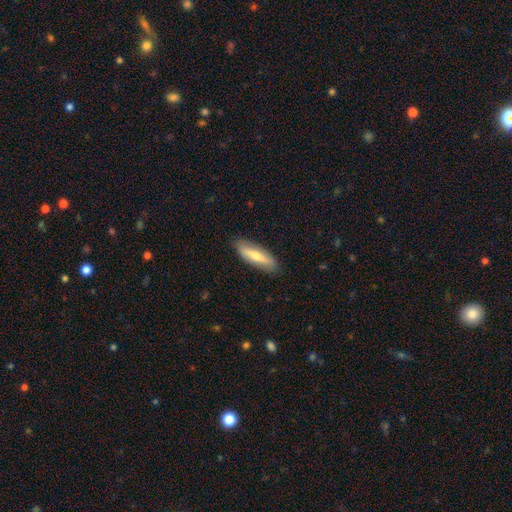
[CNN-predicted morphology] Overall: smooth (60%; featured or disk 34%). How rounded: cigar-shaped (58%; in between 40%). Merging: none (86%).